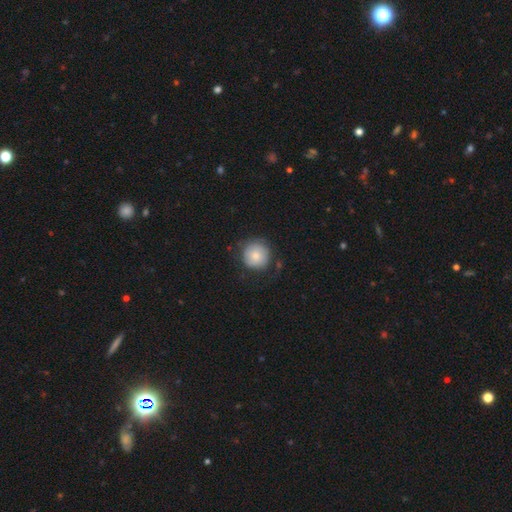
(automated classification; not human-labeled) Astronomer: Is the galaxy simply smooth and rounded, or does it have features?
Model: smooth — 79%.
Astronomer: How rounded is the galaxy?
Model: round — 94%.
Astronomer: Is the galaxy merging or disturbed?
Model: none — 72%.